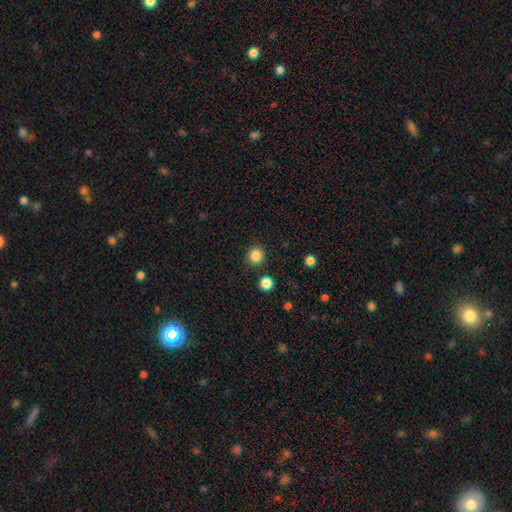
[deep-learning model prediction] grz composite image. It shows a smooth galaxy with no disk features (85%) that is round (94%). Merging: none (89%).